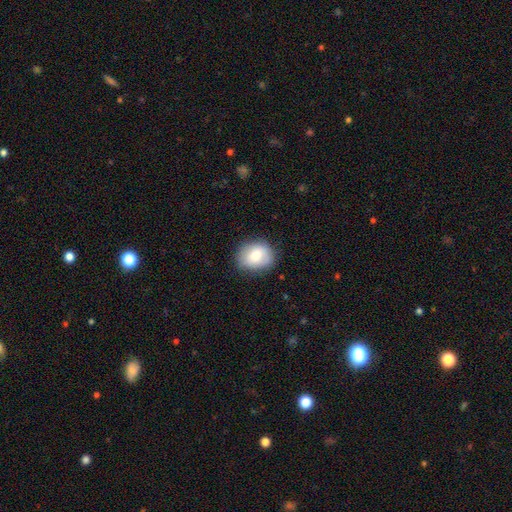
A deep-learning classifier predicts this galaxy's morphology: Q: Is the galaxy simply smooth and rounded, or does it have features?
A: smooth — 75%.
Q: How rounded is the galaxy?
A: round — 57%.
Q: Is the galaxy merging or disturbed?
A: none — 81%.